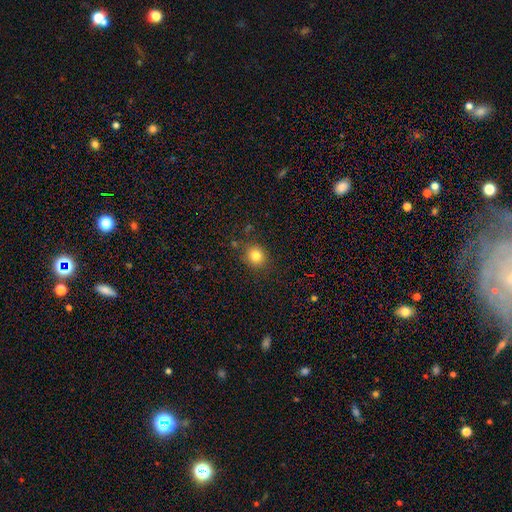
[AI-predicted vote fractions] A smooth galaxy with no disk features (82%) that is round (77%). Merging: none (84%).